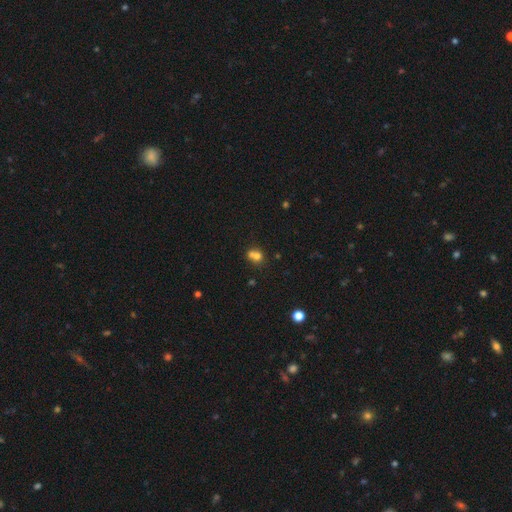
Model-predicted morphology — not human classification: A smooth galaxy with no disk features (70%) that is round (71%).

Vote fractions:
- Smooth or featured? smooth: 70% / featured or disk: 16% / star or artifact: 15%
- How rounded? round: 71% / in between: 27% / cigar-shaped: 1%
- Merging? merger: 57% / none: 31% / minor disturbance: 8% / major disturbance: 4%